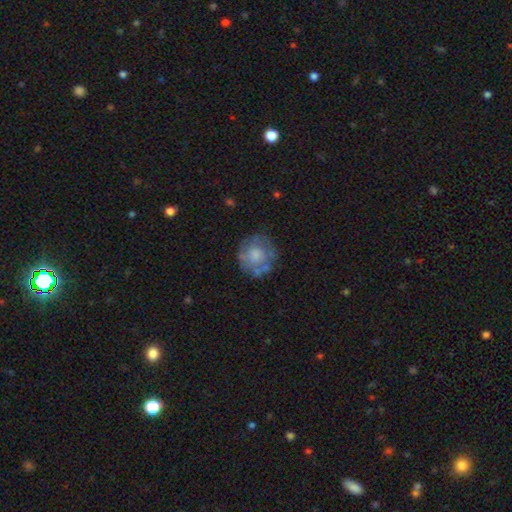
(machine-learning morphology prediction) Smooth or featured? smooth (51%)
How rounded? round (88%)
Merging? none (68%)